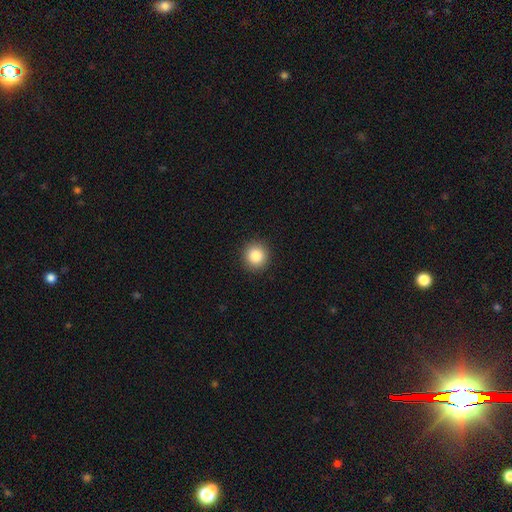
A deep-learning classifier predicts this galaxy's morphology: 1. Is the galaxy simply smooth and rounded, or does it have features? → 85% smooth, 10% star or artifact, 6% featured or disk.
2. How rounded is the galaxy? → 93% round, 6% in between, 1% cigar-shaped.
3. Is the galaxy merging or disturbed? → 92% none, 5% minor disturbance, 2% major disturbance, 1% merger.